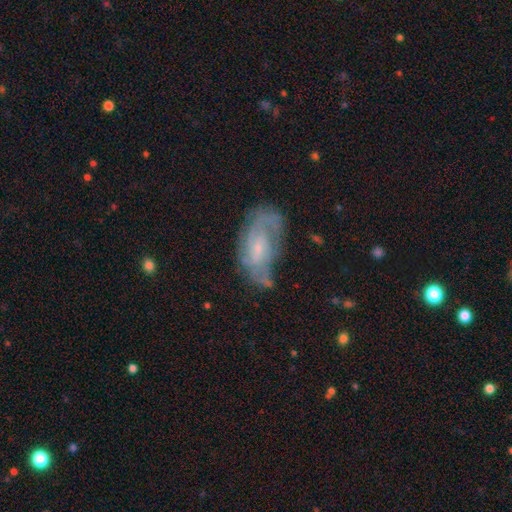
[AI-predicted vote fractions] This is likely a featured or disk galaxy (74%). It is clearly not viewed edge-on (95%). Bar: possibly no (51%). Spiral arm pattern: clearly yes (86%). Spiral arm count: marginally 2 (42%). Spiral winding: marginally medium (42%). Central bulge: likely small (72%). Merging: possibly none (50%).